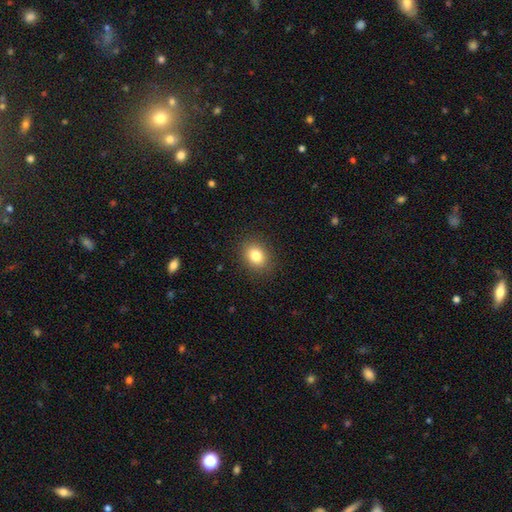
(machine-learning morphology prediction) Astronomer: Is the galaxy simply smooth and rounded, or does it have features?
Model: smooth — 82%.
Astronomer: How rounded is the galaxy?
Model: round — 50% (runner-up: in between, 49%).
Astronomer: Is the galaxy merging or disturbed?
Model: none — 89%.